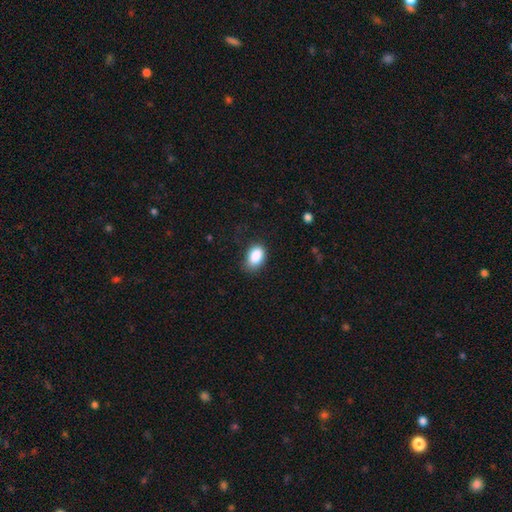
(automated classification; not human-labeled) Morphology: type=smooth (88%); roundness=in between (87%); merging=none (71%).